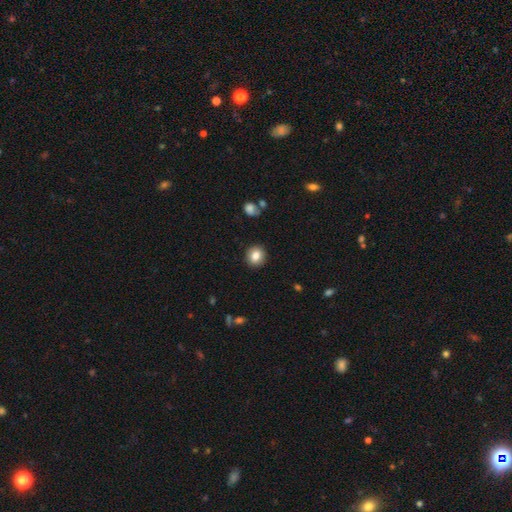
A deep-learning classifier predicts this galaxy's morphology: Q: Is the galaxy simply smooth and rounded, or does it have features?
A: smooth — 83%.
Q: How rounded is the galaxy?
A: round — 83%.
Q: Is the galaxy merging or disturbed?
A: none — 91%.